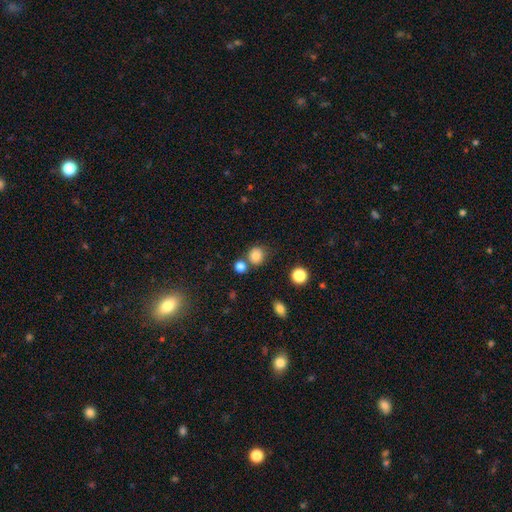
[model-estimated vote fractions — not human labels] Smooth or featured: smooth — 83% (star or artifact — 12%)
How rounded: round — 83% (in between — 16%)
Merging: none — 68% (merger — 16%)